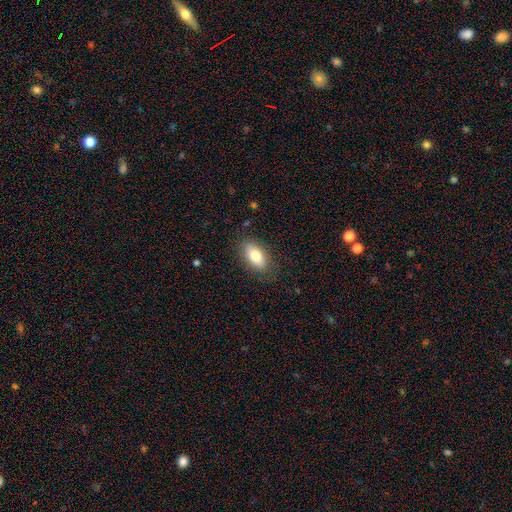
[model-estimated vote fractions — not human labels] A smooth galaxy with no disk features (78%) that is in between round and cigar-shaped (90%).

Vote fractions:
- Smooth or featured? smooth: 78% / featured or disk: 15% / star or artifact: 7%
- How rounded? in between: 90% / cigar-shaped: 6% / round: 5%
- Merging? none: 83% / minor disturbance: 12% / major disturbance: 3% / merger: 1%